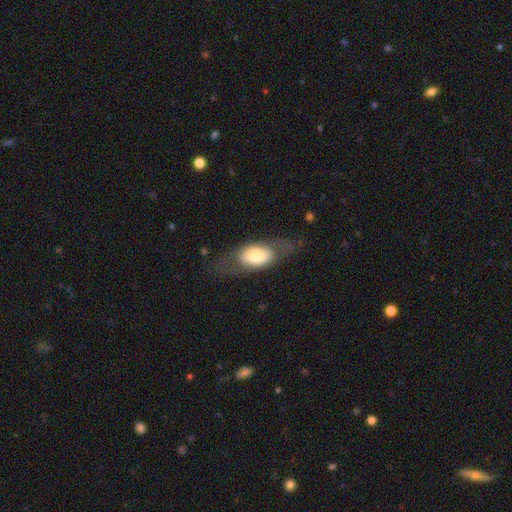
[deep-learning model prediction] Smooth or featured?
  - smooth: 60% *
  - featured or disk: 33%
  - star or artifact: 6%
How rounded?
  - in between: 84% *
  - cigar-shaped: 8%
  - round: 7%
Merging?
  - none: 66% *
  - minor disturbance: 19%
  - major disturbance: 14%
  - merger: 2%